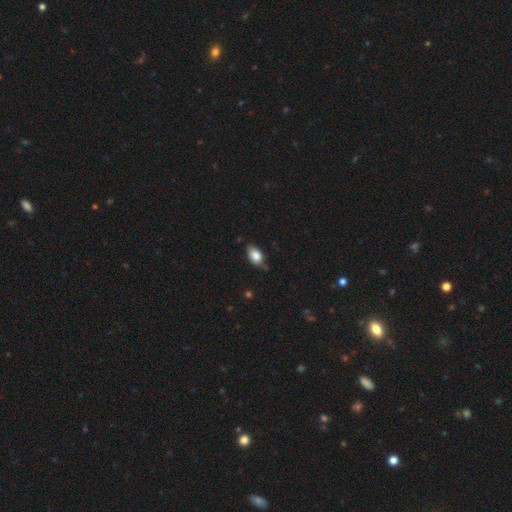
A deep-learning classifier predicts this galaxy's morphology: A smooth galaxy with no disk features (83%) that is in between round and cigar-shaped (90%). Merging: none (70%).